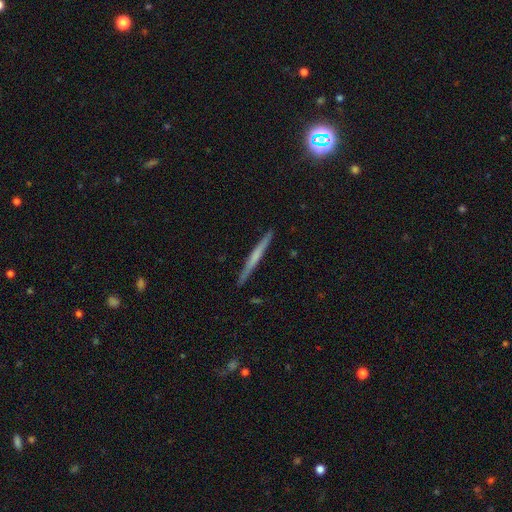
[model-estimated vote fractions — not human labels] This appears to be a featured or disk galaxy (54%) viewed edge-on (98%) with no central bulge (66%). Merging: none (92%).